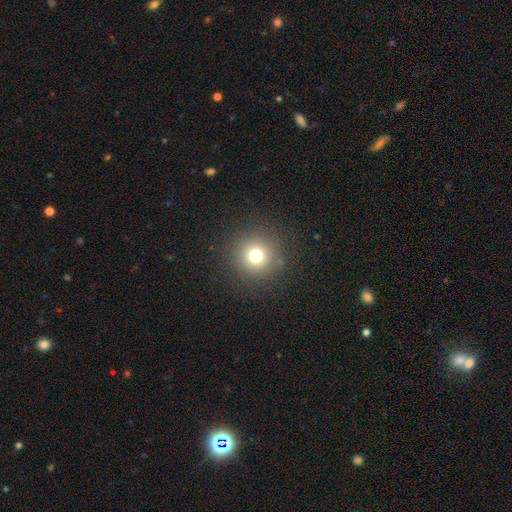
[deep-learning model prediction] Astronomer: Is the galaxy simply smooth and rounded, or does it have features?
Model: smooth — 73%.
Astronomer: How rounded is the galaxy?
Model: round — 95%.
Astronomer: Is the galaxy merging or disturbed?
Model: none — 88%.